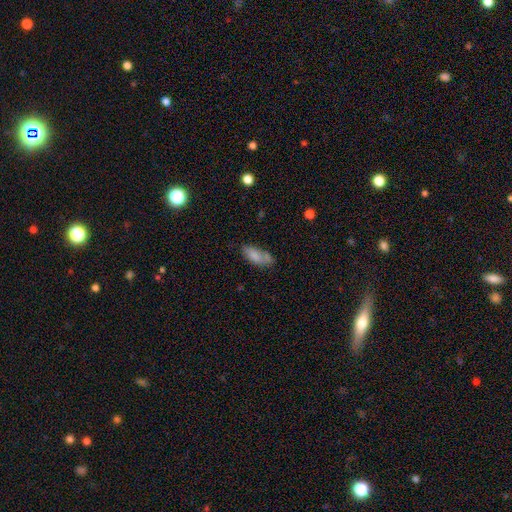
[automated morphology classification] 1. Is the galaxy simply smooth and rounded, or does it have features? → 76% smooth, 15% featured or disk, 8% star or artifact.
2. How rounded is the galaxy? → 81% in between, 16% cigar-shaped, 3% round.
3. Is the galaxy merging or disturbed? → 49% none, 25% minor disturbance, 18% merger, 9% major disturbance.